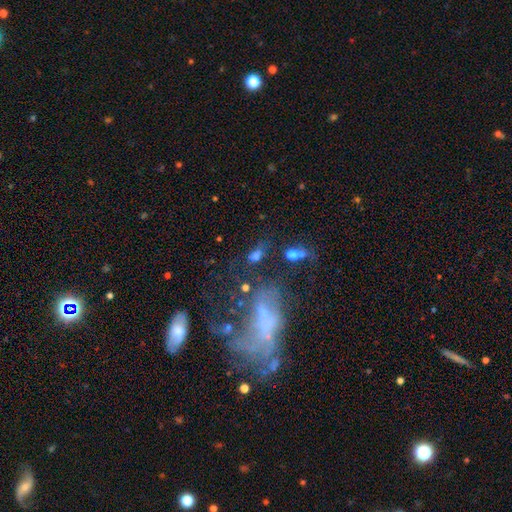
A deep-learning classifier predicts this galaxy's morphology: Smooth or featured?
  - smooth: 60% *
  - star or artifact: 22%
  - featured or disk: 18%
How rounded?
  - in between: 71% *
  - round: 22%
  - cigar-shaped: 7%
Merging?
  - none: 51% *
  - minor disturbance: 18%
  - merger: 15%
  - major disturbance: 15%